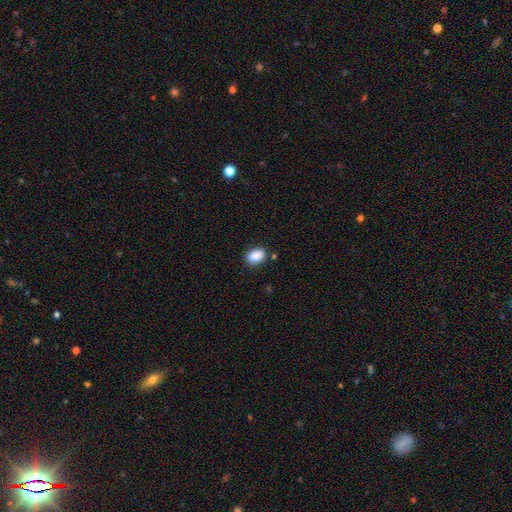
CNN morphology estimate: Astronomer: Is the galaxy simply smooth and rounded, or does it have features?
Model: smooth — 88%.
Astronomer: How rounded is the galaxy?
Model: in between — 80%.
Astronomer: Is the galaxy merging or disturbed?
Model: none — 83%.